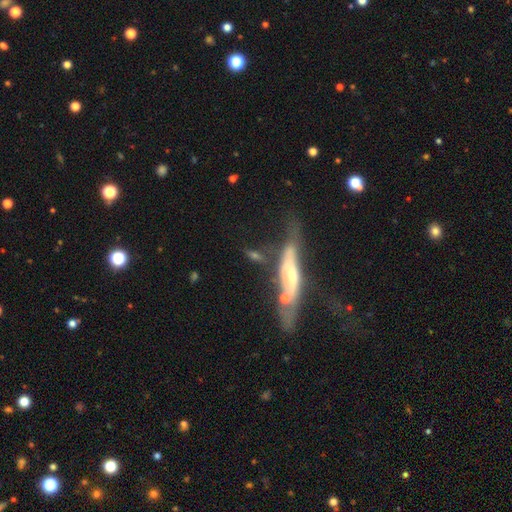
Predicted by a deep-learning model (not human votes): Smooth or featured: featured or disk — 58% (smooth — 33%)
Edge-on disk: yes — 62% (no — 38%)
Merging: none — 39% (major disturbance — 24%)